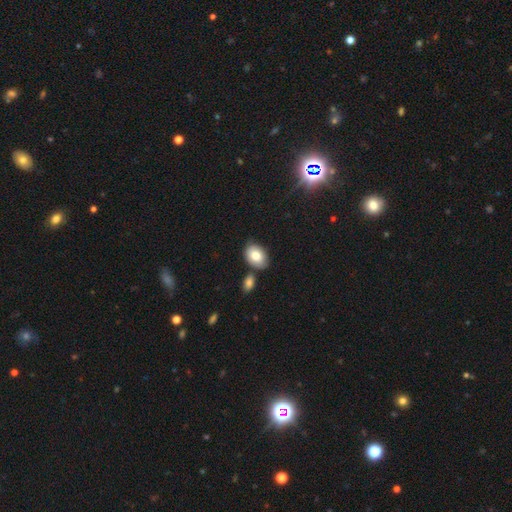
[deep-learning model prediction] smooth 80%, featured or disk 13%, star or artifact 7%. Down the decision tree: how rounded — in between (82%); merging — none (69%).